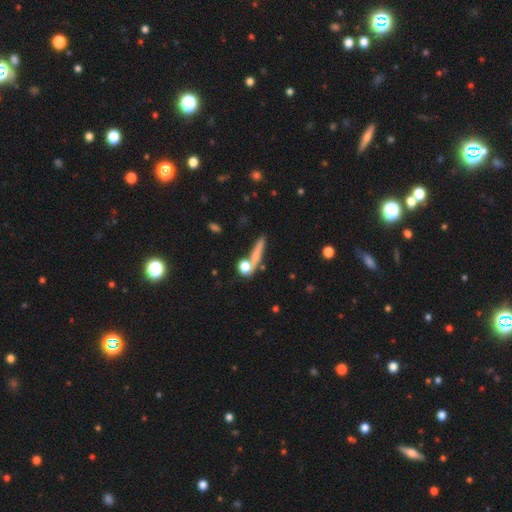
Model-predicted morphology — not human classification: A smooth galaxy with no disk features (65%) that is cigar-shaped (75%). Merging: none (63%).